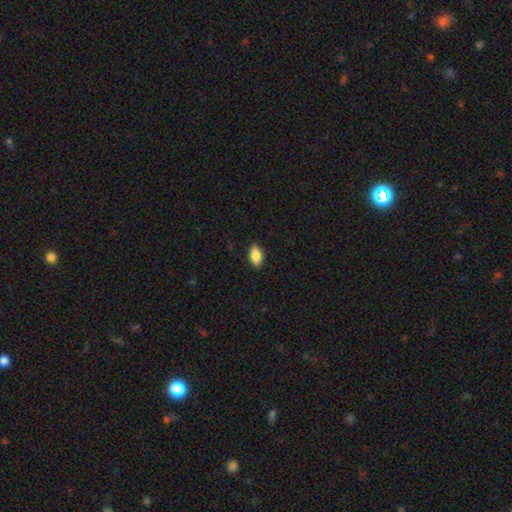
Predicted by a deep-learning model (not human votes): This is clearly a smooth galaxy (83%). How rounded: clearly in between (90%). Merging: clearly none (89%).